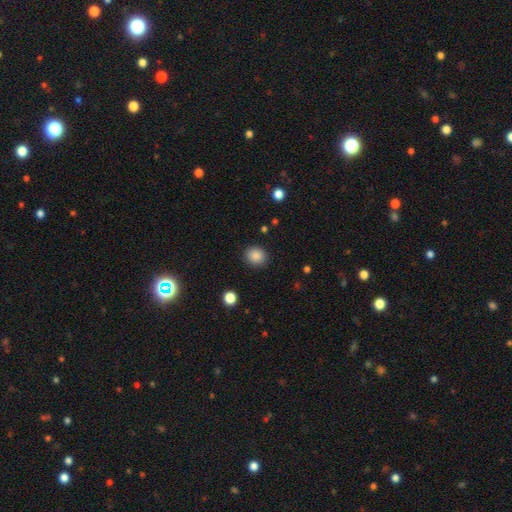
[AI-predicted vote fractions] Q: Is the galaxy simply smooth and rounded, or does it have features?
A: smooth — 87%.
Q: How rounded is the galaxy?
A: round — 77%.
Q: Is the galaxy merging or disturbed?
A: none — 89%.